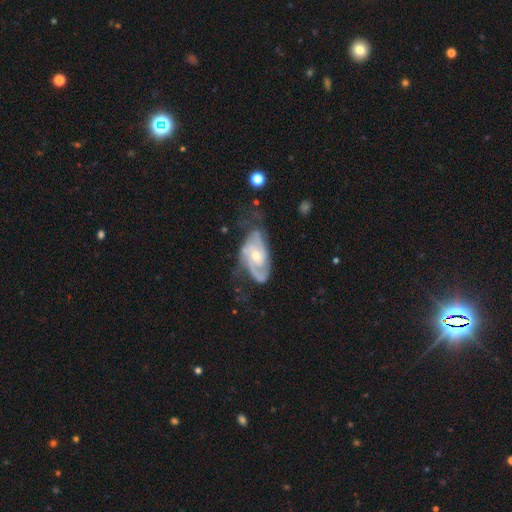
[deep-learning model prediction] Smooth or featured?
  - featured or disk: 86% *
  - smooth: 10%
  - star or artifact: 5%
Edge-on disk?
  - no: 95% *
  - yes: 5%
Bar?
  - no: 66% *
  - weak: 28%
  - strong: 7%
Spiral arms?
  - yes: 95% *
  - no: 5%
Spiral winding?
  - tight: 47% *
  - medium: 40%
  - loose: 13%
Spiral arm count?
  - 2: 52% *
  - 3: 19%
  - can't tell: 18%
  - 1: 5%
  - 4: 3%
  - more than 4: 3%
Bulge size?
  - moderate: 53% *
  - small: 44%
  - large: 2%
  - none: 1%
  - dominant: 1%
Merging?
  - none: 51% *
  - minor disturbance: 28%
  - major disturbance: 19%
  - merger: 2%